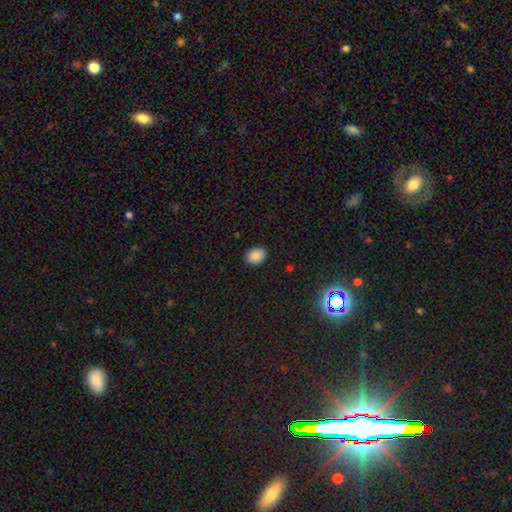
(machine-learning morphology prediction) This appears to be a smooth galaxy with no disk features (87%) that is in between round and cigar-shaped (59%). Merging: none (88%).